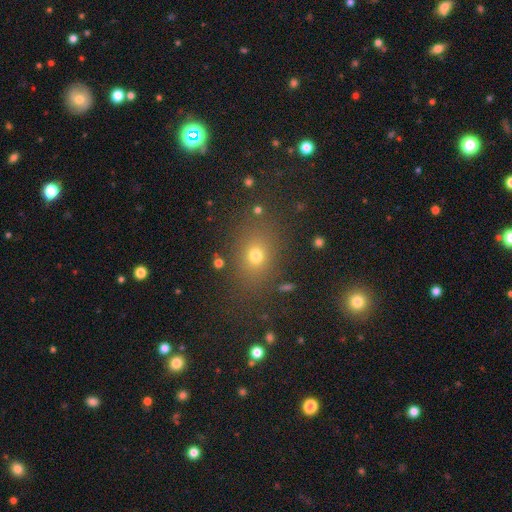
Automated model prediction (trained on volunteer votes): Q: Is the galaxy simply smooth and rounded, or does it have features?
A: smooth — 70%.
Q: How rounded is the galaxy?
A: in between — 51%.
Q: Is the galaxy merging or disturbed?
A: none — 81%.